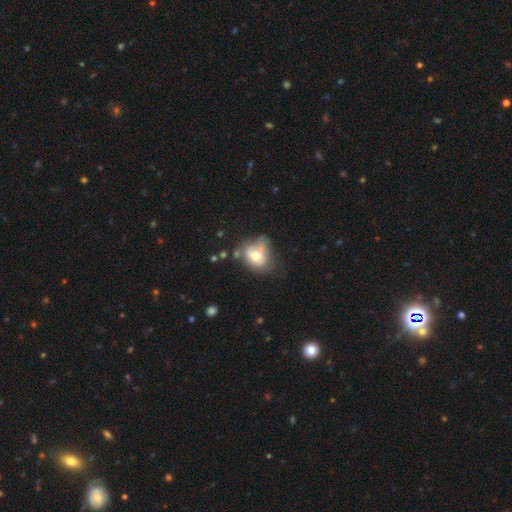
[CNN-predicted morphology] smooth 64%, featured or disk 26%, star or artifact 9%. Down the decision tree: how rounded — in between (55%); merging — none (32%, tied with minor disturbance).